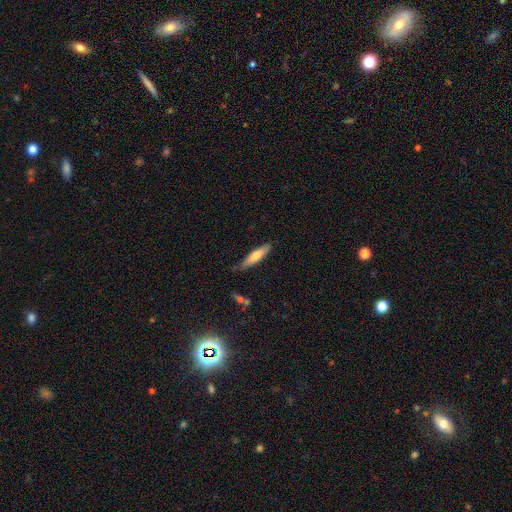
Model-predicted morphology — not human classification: This is likely a smooth galaxy (65%). How rounded: likely cigar-shaped (79%). Merging: likely none (77%).